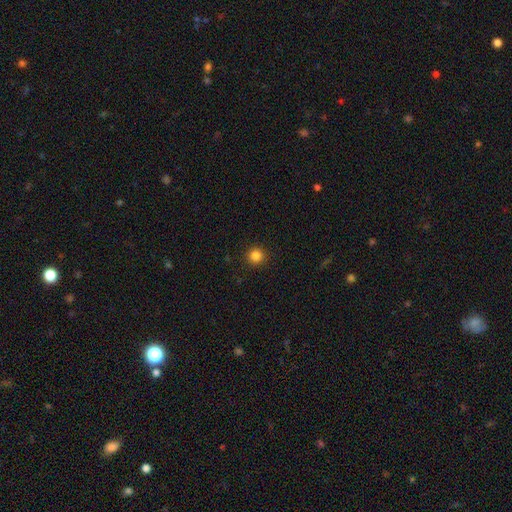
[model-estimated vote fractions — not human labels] This appears to be a smooth galaxy with no disk features (84%) that is round (94%). Merging: none (92%).